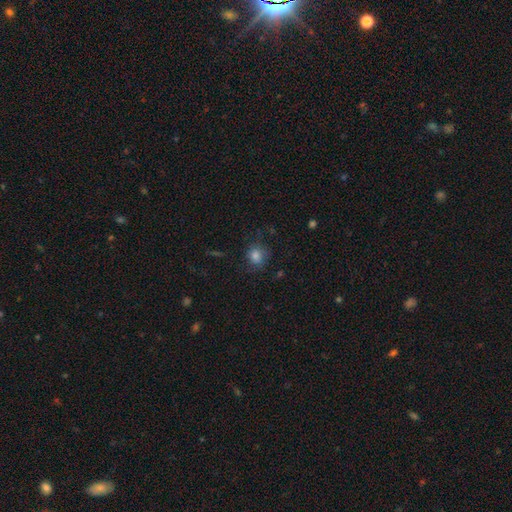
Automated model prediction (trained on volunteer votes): A smooth galaxy with no disk features (80%) that is round (80%).

Vote fractions:
- Smooth or featured? smooth: 80% / star or artifact: 11% / featured or disk: 8%
- How rounded? round: 80% / in between: 19% / cigar-shaped: 1%
- Merging? none: 72% / minor disturbance: 19% / major disturbance: 8% / merger: 1%